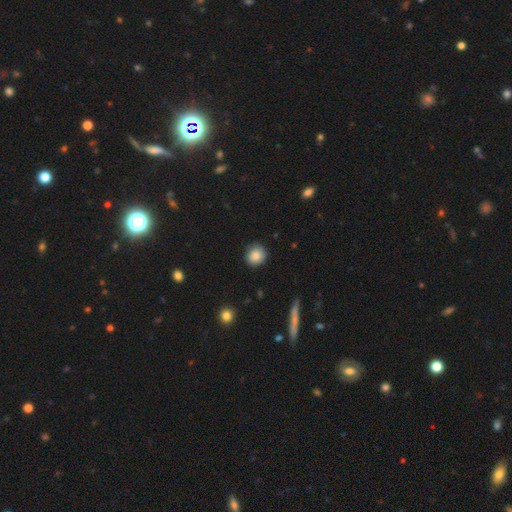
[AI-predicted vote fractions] Morphology: type=smooth (87%); roundness=round (82%); merging=none (83%).